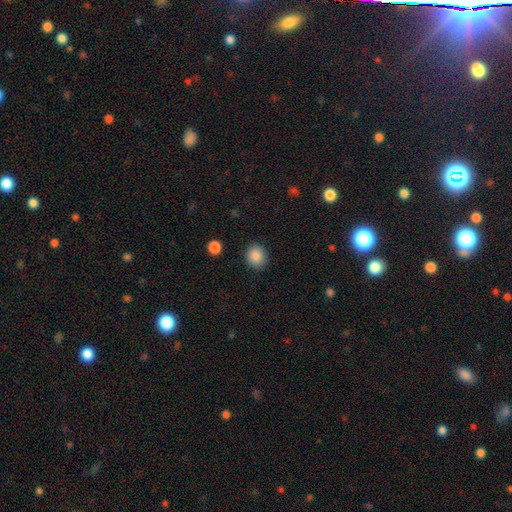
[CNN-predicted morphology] smooth 88%, star or artifact 9%, featured or disk 3%. Down the decision tree: how rounded — round (71%); merging — none (87%).